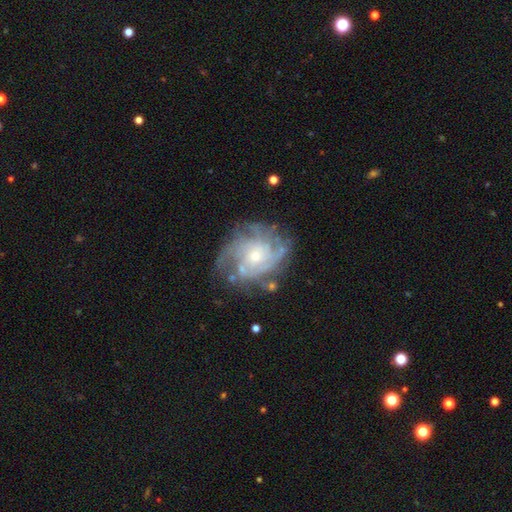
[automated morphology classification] Smooth or featured: featured or disk — 83% (smooth — 9%)
Edge-on disk: no — 97% (yes — 3%)
Bar: no — 78% (weak — 18%)
Spiral arms: yes — 92% (no — 8%)
Spiral winding: tight — 58% (medium — 32%)
Spiral arm count: can't tell — 36% (4 — 22%)
Bulge size: small — 61% (moderate — 34%)
Merging: none — 69% (minor disturbance — 18%)